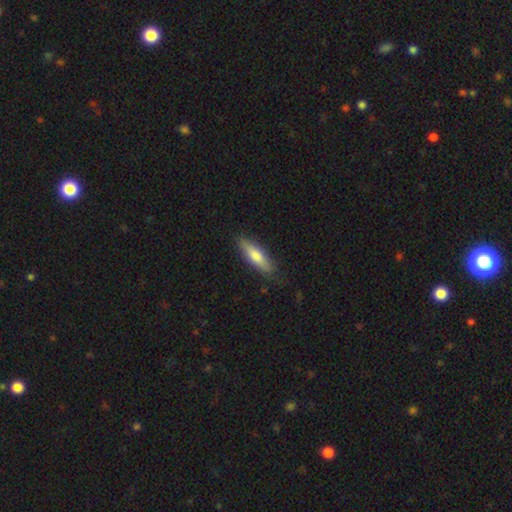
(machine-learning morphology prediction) Q: Smooth or featured?
A: smooth (67%); runner-up: featured or disk (27%)
Q: How rounded?
A: cigar-shaped (66%); runner-up: in between (32%)
Q: Merging?
A: none (84%); runner-up: minor disturbance (12%)